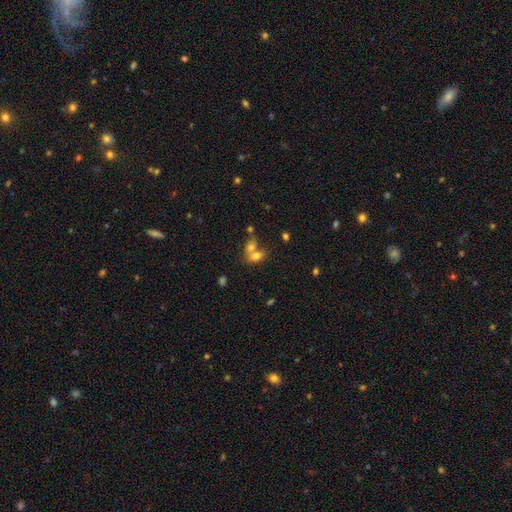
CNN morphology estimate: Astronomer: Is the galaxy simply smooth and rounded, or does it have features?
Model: smooth — 73%.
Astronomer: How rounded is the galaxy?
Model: in between — 76%.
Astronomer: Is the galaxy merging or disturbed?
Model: merger — 61%.